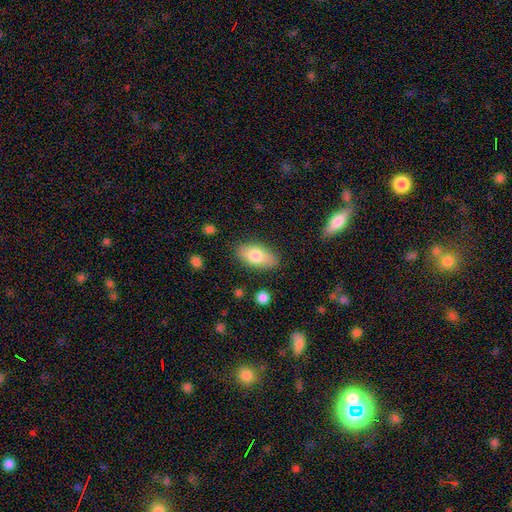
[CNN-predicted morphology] The model was most divided on "smooth or featured": smooth: 76%, featured or disk: 17%, star or artifact: 7%. More confident: how rounded — in between (91%); merging — none (84%).